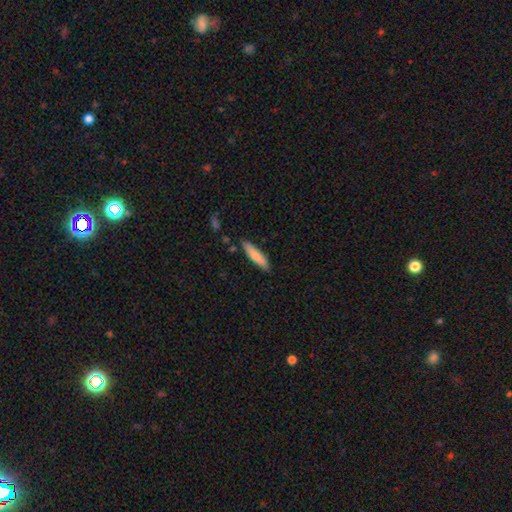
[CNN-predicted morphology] Q: Smooth or featured?
A: smooth (81%); runner-up: featured or disk (13%)
Q: How rounded?
A: cigar-shaped (78%); runner-up: in between (21%)
Q: Merging?
A: none (84%); runner-up: minor disturbance (12%)